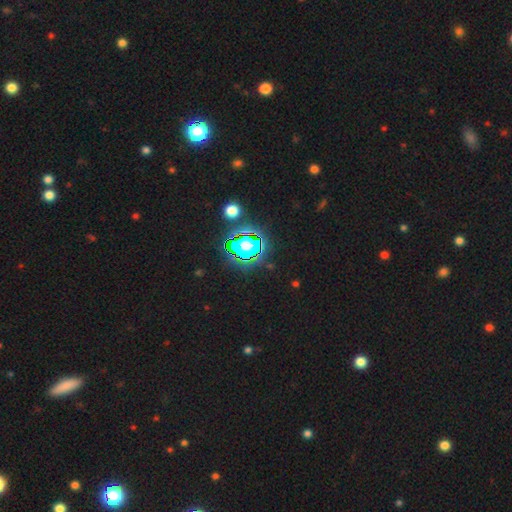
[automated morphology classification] This is clearly a star or artifact rather than a galaxy (83%).